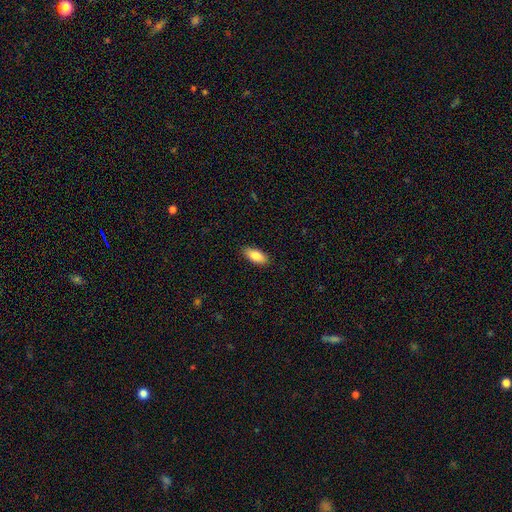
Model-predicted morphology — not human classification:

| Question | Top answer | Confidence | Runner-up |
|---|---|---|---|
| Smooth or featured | smooth | 85% | featured or disk (9%) |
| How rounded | in between | 86% | cigar-shaped (12%) |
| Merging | none | 89% | minor disturbance (8%) |